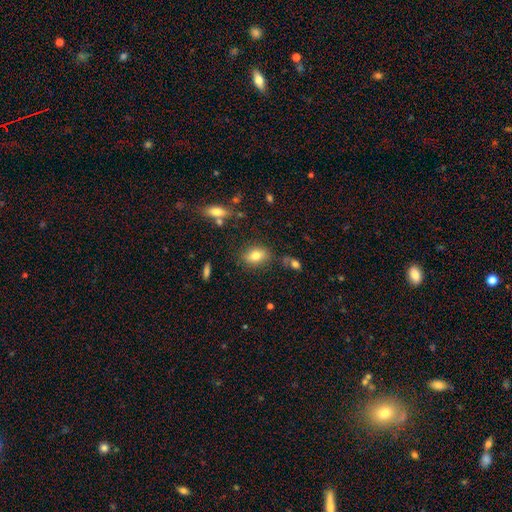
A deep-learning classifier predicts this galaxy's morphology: A smooth galaxy with no disk features (77%) that is in between round and cigar-shaped (79%). Merging: none (79%).